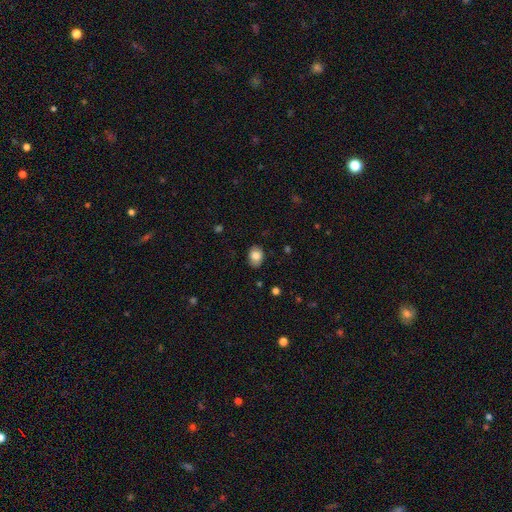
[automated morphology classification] Q: Smooth or featured?
A: smooth (82%); runner-up: featured or disk (10%)
Q: How rounded?
A: in between (62%); runner-up: round (37%)
Q: Merging?
A: none (82%); runner-up: minor disturbance (14%)